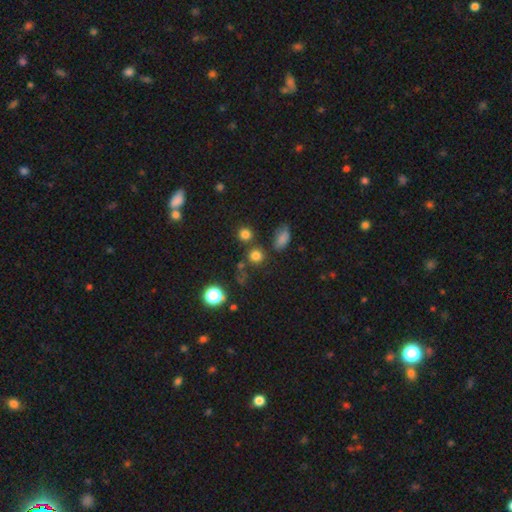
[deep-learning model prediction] smooth_or_featured: smooth (p=0.74) [alt: star or artifact p=0.20]
how_rounded: round (p=0.85) [alt: in between p=0.13]
merging: none (p=0.72) [alt: merger p=0.13]